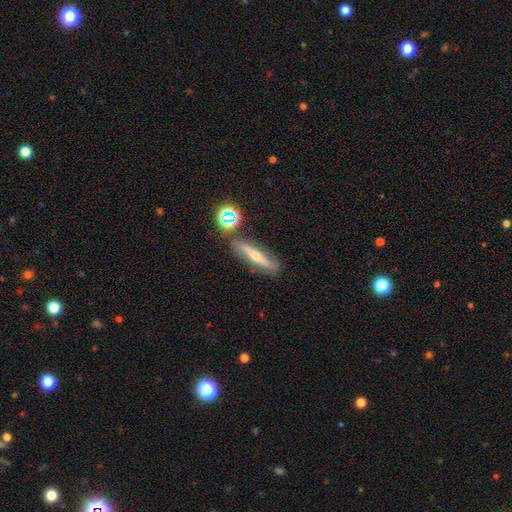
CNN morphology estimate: Overall: featured or disk (64%; smooth 26%). Edge-on disk: yes (72%). Merging: none (79%).